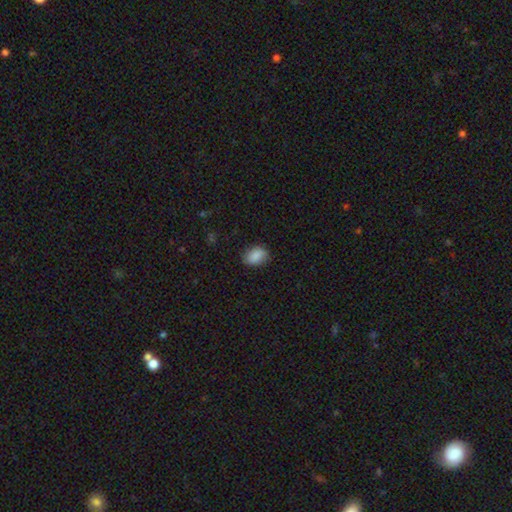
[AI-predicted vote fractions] This is clearly a smooth galaxy (89%). How rounded: likely in between (79%). Merging: clearly none (83%).